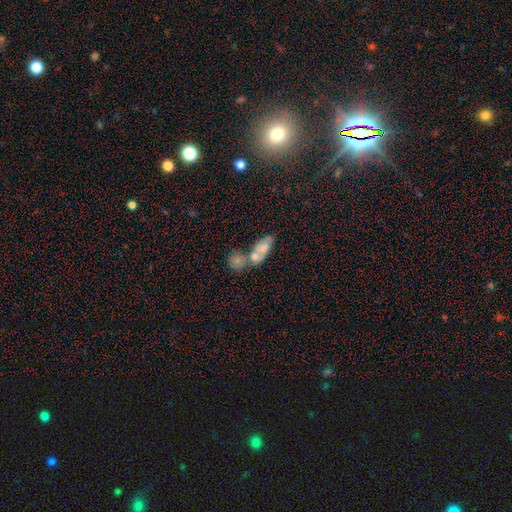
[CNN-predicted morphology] Overall: smooth (53%; featured or disk 34%). How rounded: in between (68%). Merging: merger (57%; none 27%).